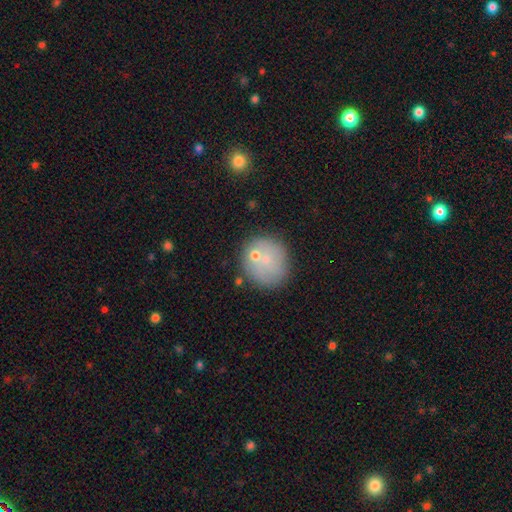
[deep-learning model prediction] Smooth or featured: smooth — 65% (featured or disk — 23%)
How rounded: round — 89% (in between — 10%)
Merging: none — 62% (merger — 20%)